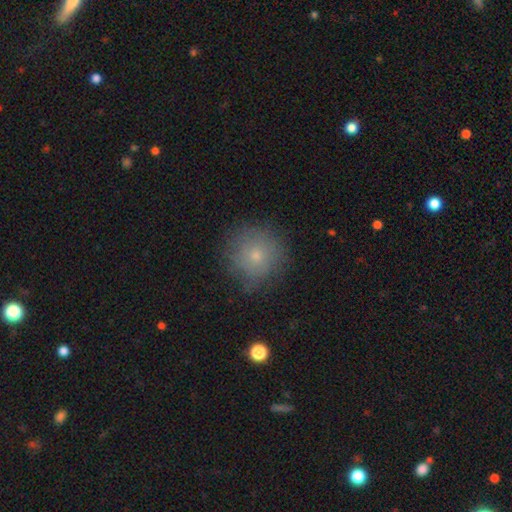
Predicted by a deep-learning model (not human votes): smooth 71%, featured or disk 17%, star or artifact 12%. Down the decision tree: how rounded — round (93%); merging — none (77%).